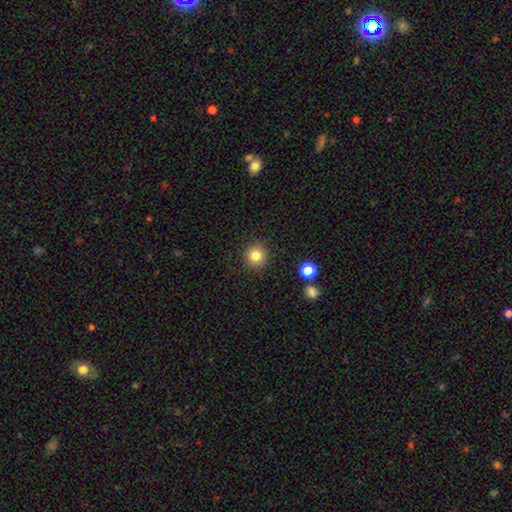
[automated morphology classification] A smooth galaxy with no disk features (83%) that is round (92%).

Vote fractions:
- Smooth or featured? smooth: 83% / star or artifact: 11% / featured or disk: 6%
- How rounded? round: 92% / in between: 7% / cigar-shaped: 1%
- Merging? none: 91% / minor disturbance: 6% / major disturbance: 2% / merger: 1%